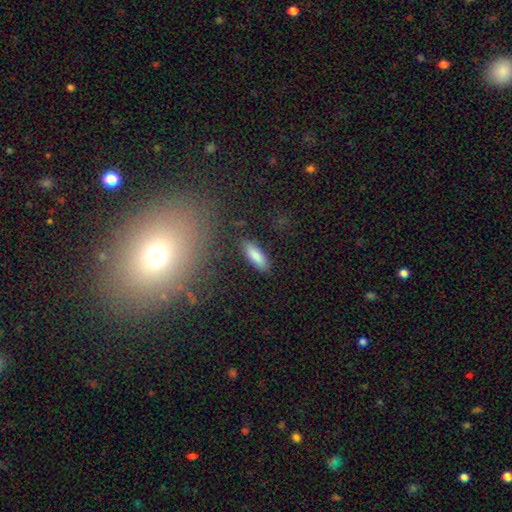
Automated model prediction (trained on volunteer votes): Smooth or featured? smooth (85%)
How rounded? in between (57%)
Merging? none (85%)